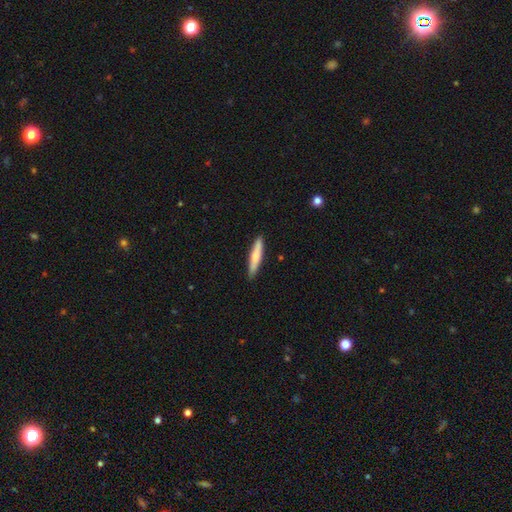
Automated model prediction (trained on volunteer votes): smooth 68%, featured or disk 27%, star or artifact 5%. Down the decision tree: how rounded — cigar-shaped (90%); merging — none (89%).